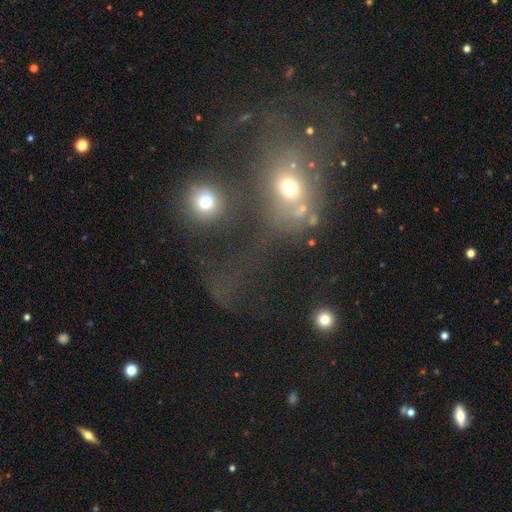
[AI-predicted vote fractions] Smooth or featured? Predicted: smooth (p=0.48). Merging? Predicted: merger (p=0.38).